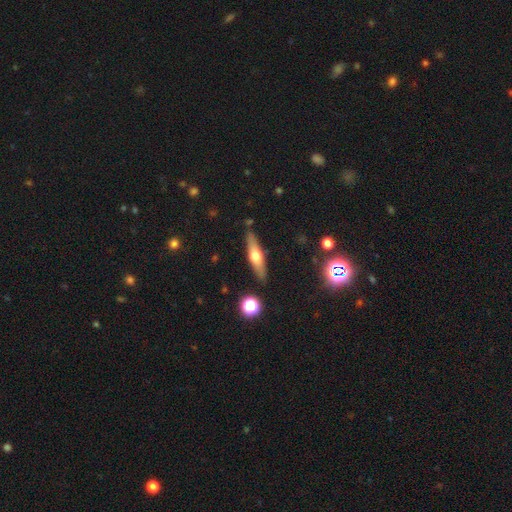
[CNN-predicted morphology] A featured or disk galaxy (51%) viewed edge-on (90%).

Vote fractions:
- Smooth or featured? featured or disk: 51% / smooth: 42% / star or artifact: 7%
- Edge-on disk? yes: 90% / no: 10%
- Merging? none: 87% / minor disturbance: 9% / merger: 2% / major disturbance: 2%